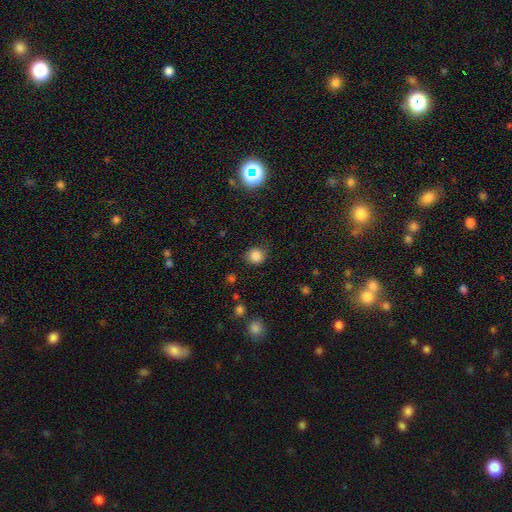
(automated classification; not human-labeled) A smooth galaxy with no disk features (84%) that is round (85%).

Vote fractions:
- Smooth or featured? smooth: 84% / star or artifact: 11% / featured or disk: 4%
- How rounded? round: 85% / in between: 14% / cigar-shaped: 1%
- Merging? none: 78% / minor disturbance: 16% / major disturbance: 5% / merger: 2%